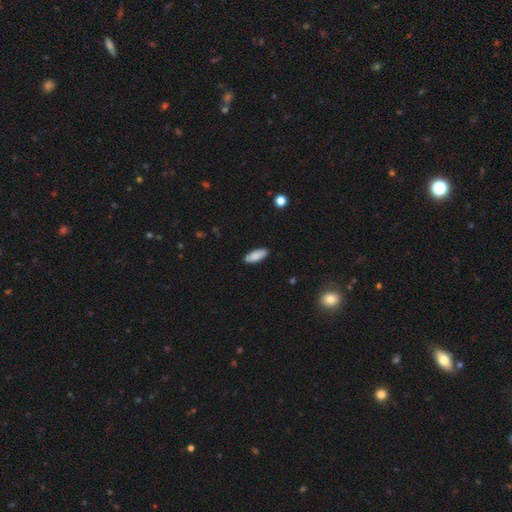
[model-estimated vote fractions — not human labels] Morphology: type=smooth (87%); roundness=in between (74%); merging=none (89%).